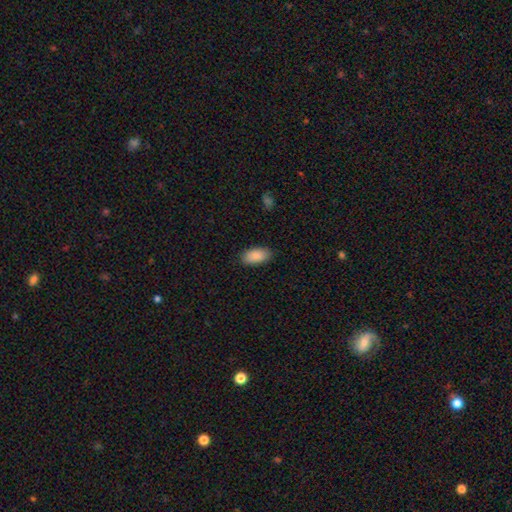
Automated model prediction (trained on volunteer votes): smooth_or_featured: smooth (p=0.89) [alt: star or artifact p=0.06]
how_rounded: in between (p=0.94) [alt: cigar-shaped p=0.04]
merging: none (p=0.87) [alt: minor disturbance p=0.09]